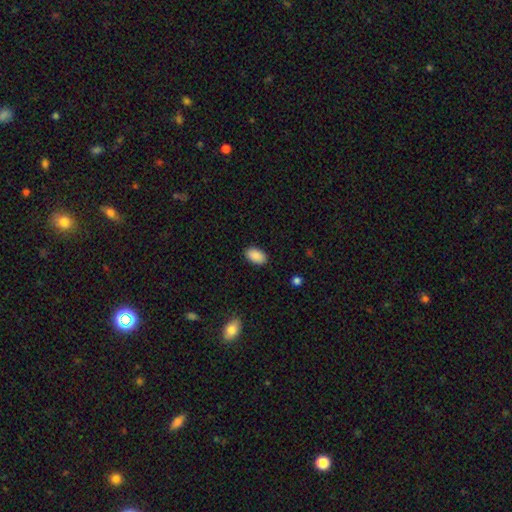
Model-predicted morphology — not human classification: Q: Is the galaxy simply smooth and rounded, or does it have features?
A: smooth — 90%.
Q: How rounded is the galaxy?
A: in between — 93%.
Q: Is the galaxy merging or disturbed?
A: none — 88%.